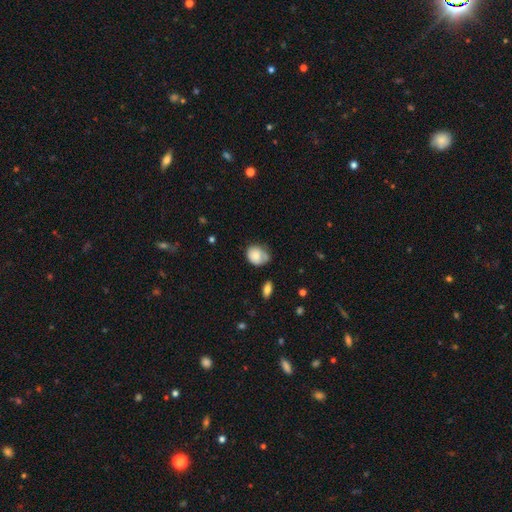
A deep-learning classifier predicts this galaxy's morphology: smooth-or-featured: smooth: 74% | featured or disk: 18% | star or artifact: 8%
  how-rounded: round: 51% | in between: 48% | cigar-shaped: 1%
  merging: none: 46% | minor disturbance: 34% | merger: 10% | major disturbance: 10%